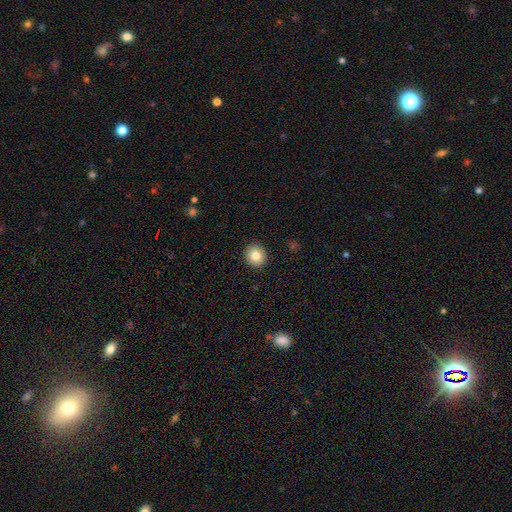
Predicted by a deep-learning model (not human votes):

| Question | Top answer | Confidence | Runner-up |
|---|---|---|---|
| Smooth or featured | smooth | 83% | star or artifact (9%) |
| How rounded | round | 82% | in between (17%) |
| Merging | none | 92% | minor disturbance (6%) |